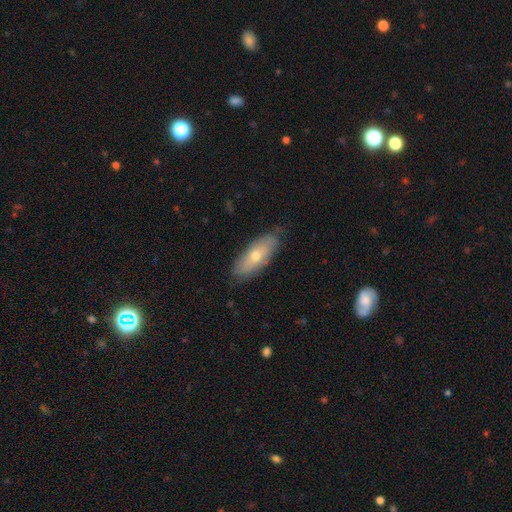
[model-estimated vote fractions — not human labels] smooth 60%, featured or disk 34%, star or artifact 6%. Down the decision tree: how rounded — in between (72%); merging — none (81%).